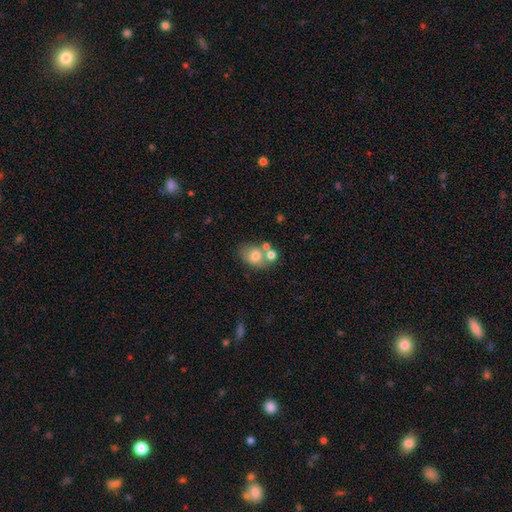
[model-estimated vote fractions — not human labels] This is likely a smooth galaxy (71%). How rounded: possibly in between (59%). Merging: possibly none (48%).